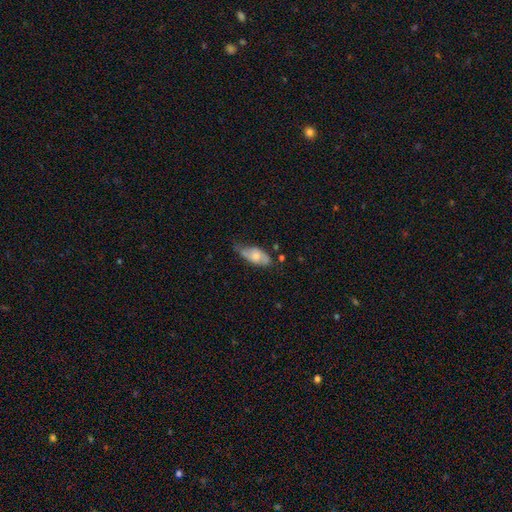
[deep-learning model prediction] smooth 55%, featured or disk 38%, star or artifact 6%. Down the decision tree: how rounded — in between (86%); merging — none (52%).